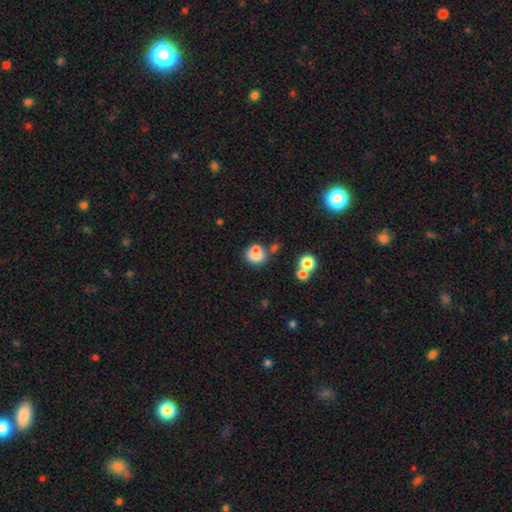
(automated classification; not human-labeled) Smooth or featured: smooth — 73% (featured or disk — 15%)
How rounded: round — 66% (in between — 33%)
Merging: none — 41% (merger — 37%)